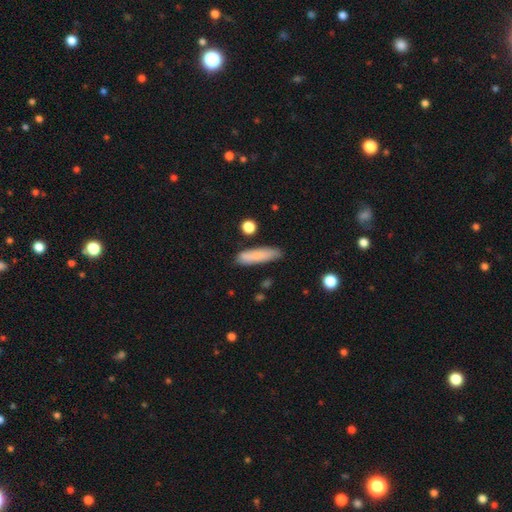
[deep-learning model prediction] A smooth galaxy with no disk features (81%) that is cigar-shaped (77%).

Vote fractions:
- Smooth or featured? smooth: 81% / featured or disk: 12% / star or artifact: 7%
- How rounded? cigar-shaped: 77% / in between: 21% / round: 2%
- Merging? none: 81% / minor disturbance: 13% / merger: 3% / major disturbance: 3%